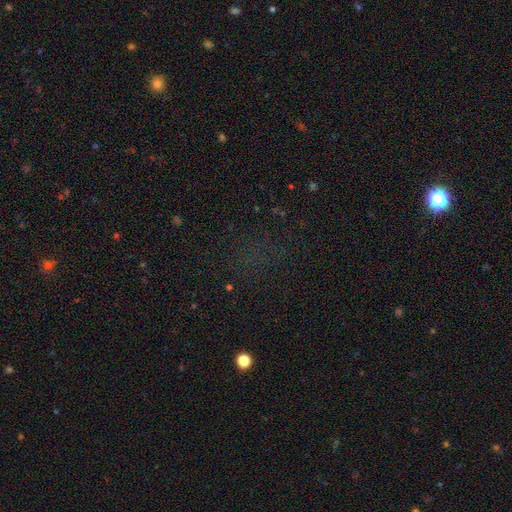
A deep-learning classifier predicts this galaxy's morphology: star or artifact 60%, smooth 29%, featured or disk 11%.